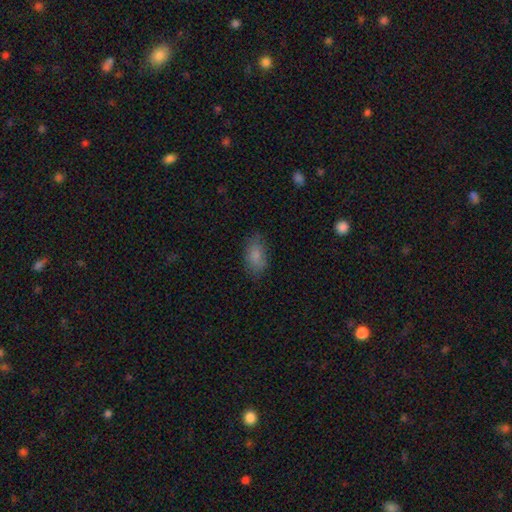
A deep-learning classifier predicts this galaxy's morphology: smooth-or-featured: smooth: 84% | star or artifact: 8% | featured or disk: 8%
  how-rounded: in between: 91% | round: 6% | cigar-shaped: 3%
  merging: none: 77% | minor disturbance: 17% | major disturbance: 5% | merger: 1%